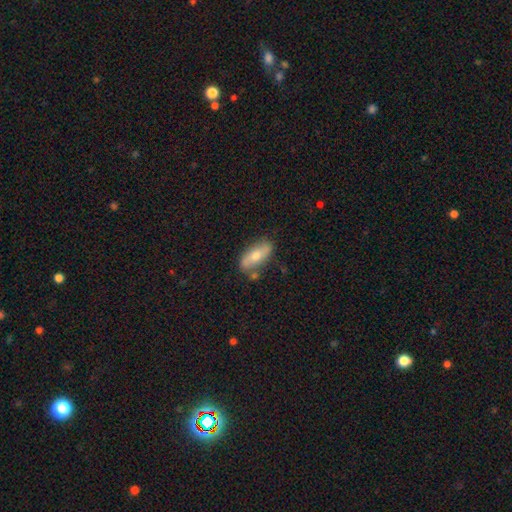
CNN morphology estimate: This is possibly a smooth galaxy (59%). How rounded: likely in between (72%). Merging: likely none (73%).